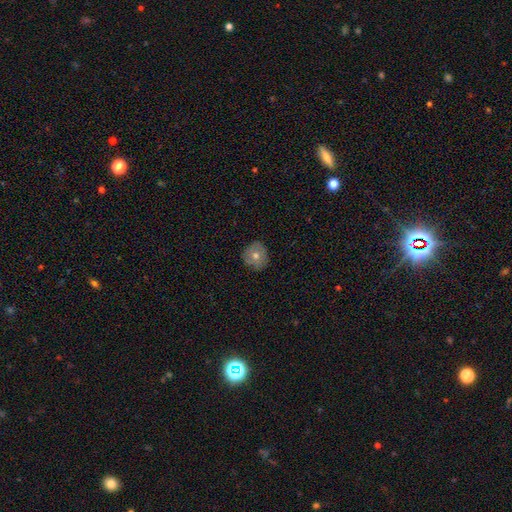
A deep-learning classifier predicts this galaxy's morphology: Smooth or featured: smooth — 62% (featured or disk — 28%)
How rounded: round — 92% (in between — 7%)
Merging: none — 87% (minor disturbance — 10%)